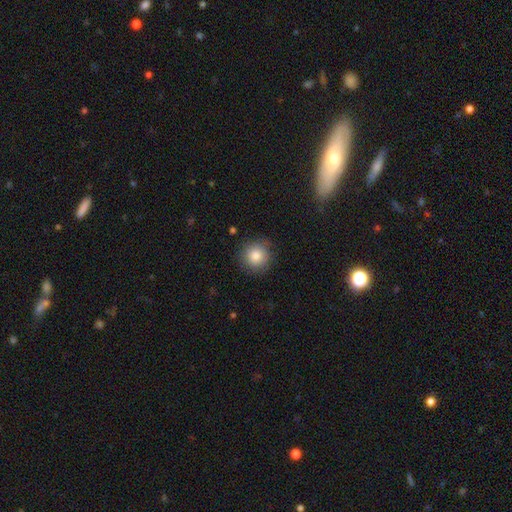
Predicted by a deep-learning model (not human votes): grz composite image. It shows a smooth galaxy with no disk features (84%) that is round (93%). Merging: none (84%).